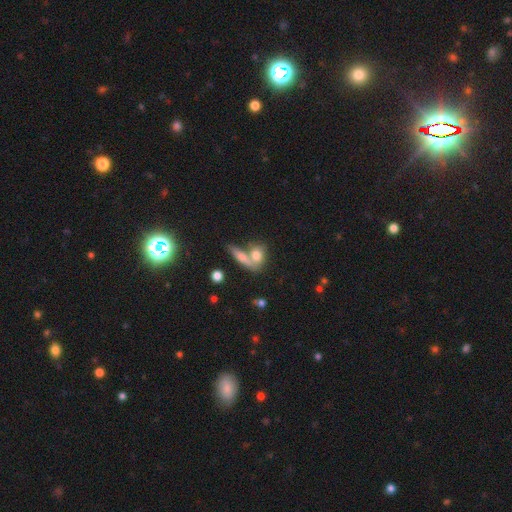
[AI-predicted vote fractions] Overall: smooth (70%). How rounded: in between (56%; round 28%). Merging: merger (46%; none 39%).